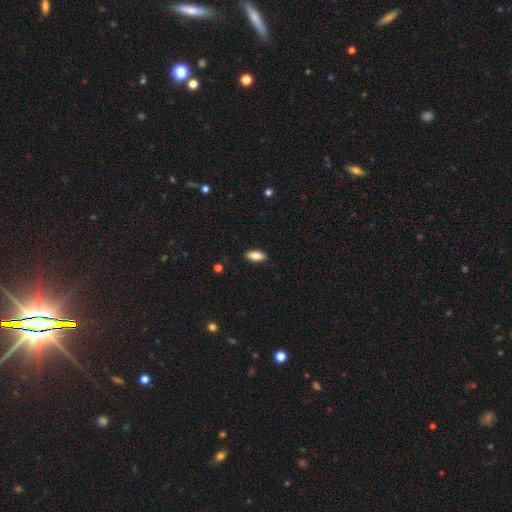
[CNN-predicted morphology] Smooth or featured? Predicted: smooth (p=0.83). How rounded? Predicted: in between (p=0.84). Merging? Predicted: none (p=0.89).